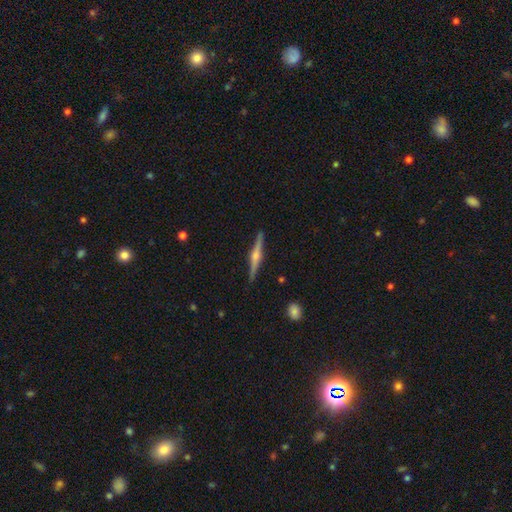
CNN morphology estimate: This appears to be a featured or disk galaxy (78%) viewed edge-on (98%) with a rounded central bulge (86%). Merging: none (91%).